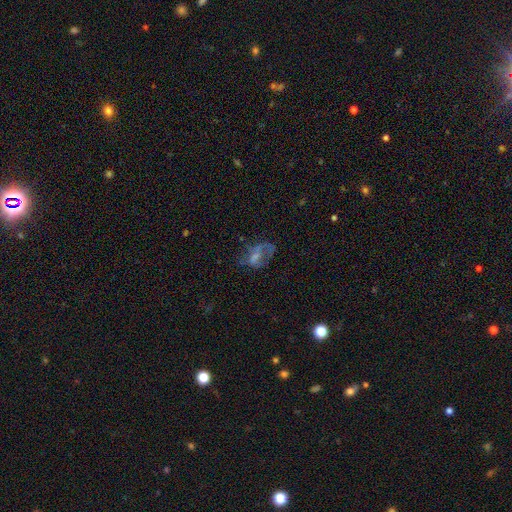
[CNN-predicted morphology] Smooth or featured? featured or disk (46%)
Merging? major disturbance (41%)